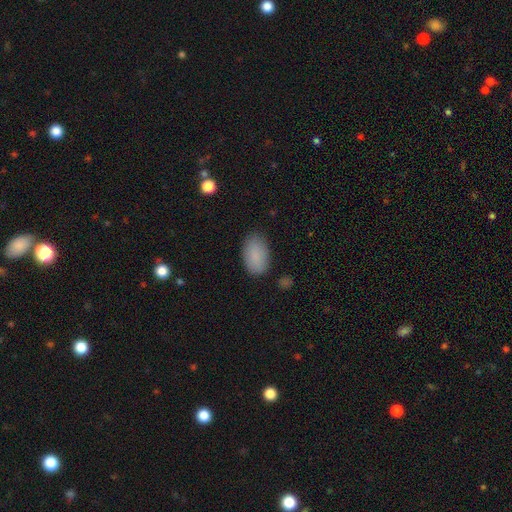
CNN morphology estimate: type=smooth (88%); roundness=in between (93%); merging=none (82%).